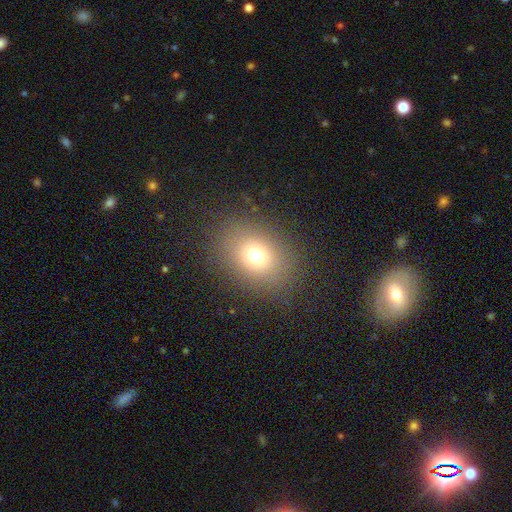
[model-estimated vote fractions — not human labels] A smooth galaxy with no disk features (71%) that is in between round and cigar-shaped (56%). Merging: none (85%).